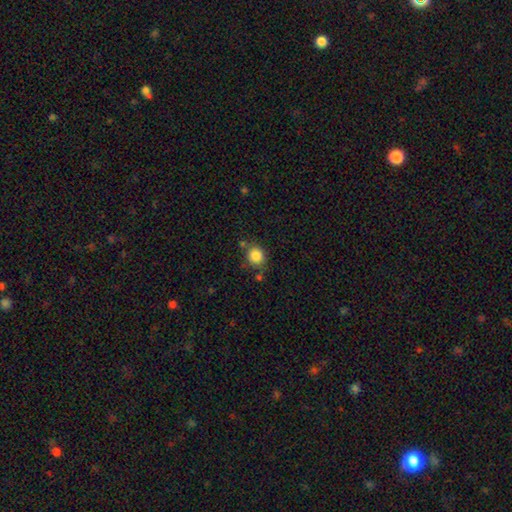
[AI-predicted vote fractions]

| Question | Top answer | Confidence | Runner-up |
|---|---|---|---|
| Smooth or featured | smooth | 85% | star or artifact (10%) |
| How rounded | round | 79% | in between (20%) |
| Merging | none | 71% | minor disturbance (15%) |